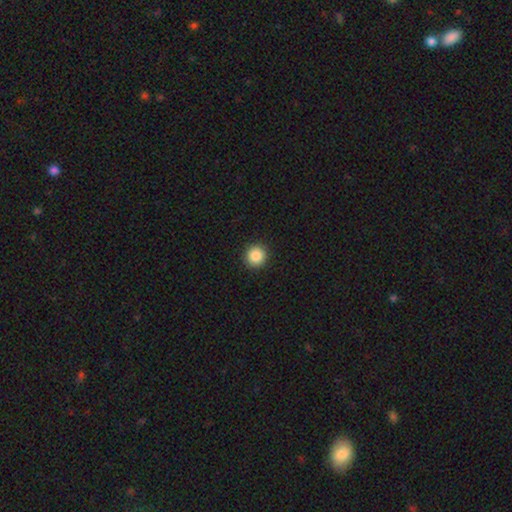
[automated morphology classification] Smooth or featured?
  - smooth: 87% *
  - star or artifact: 9%
  - featured or disk: 3%
How rounded?
  - round: 94% *
  - in between: 5%
  - cigar-shaped: 1%
Merging?
  - none: 93% *
  - minor disturbance: 5%
  - major disturbance: 2%
  - merger: 1%